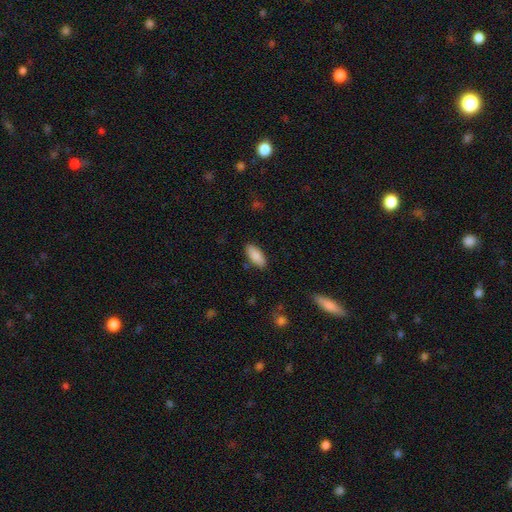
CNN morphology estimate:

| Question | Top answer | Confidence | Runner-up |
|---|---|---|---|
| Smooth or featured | smooth | 86% | featured or disk (8%) |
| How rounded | in between | 86% | cigar-shaped (12%) |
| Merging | none | 86% | minor disturbance (11%) |